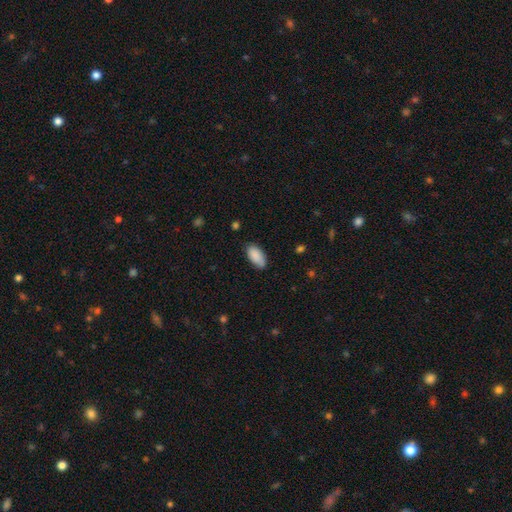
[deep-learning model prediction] smooth 89%, star or artifact 6%, featured or disk 4%. Down the decision tree: how rounded — in between (94%); merging — none (82%).